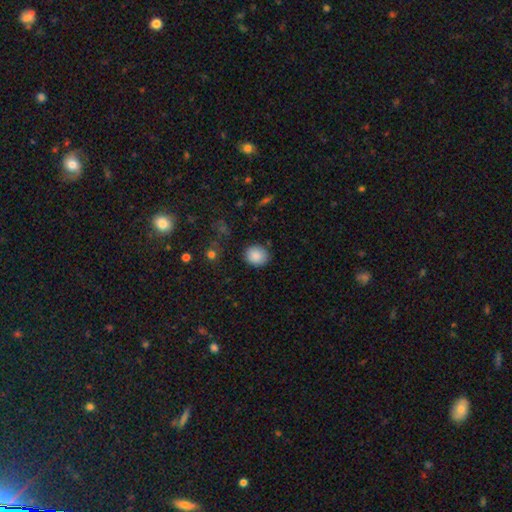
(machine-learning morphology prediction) This appears to be a smooth galaxy with no disk features (87%) that is round (73%). Merging: none (86%).